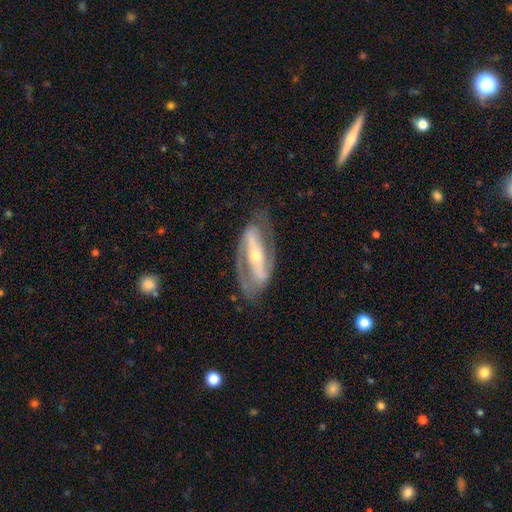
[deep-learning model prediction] Smooth or featured: featured or disk — 87% (smooth — 9%)
Edge-on disk: no — 91% (yes — 9%)
Bar: strong — 69% (weak — 17%)
Spiral arms: yes — 88% (no — 12%)
Spiral winding: medium — 46% (tight — 31%)
Spiral arm count: 2 — 88% (can't tell — 6%)
Bulge size: small — 52% (moderate — 43%)
Merging: none — 74% (minor disturbance — 15%)